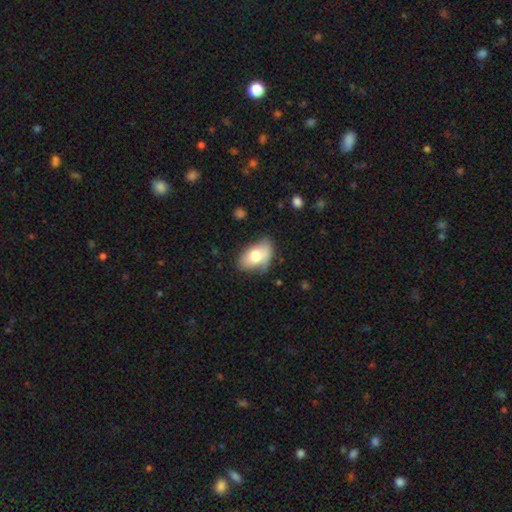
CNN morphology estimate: smooth_or_featured: smooth (p=0.69) [alt: featured or disk p=0.23]
how_rounded: in between (p=0.87) [alt: round p=0.11]
merging: none (p=0.53) [alt: minor disturbance p=0.33]